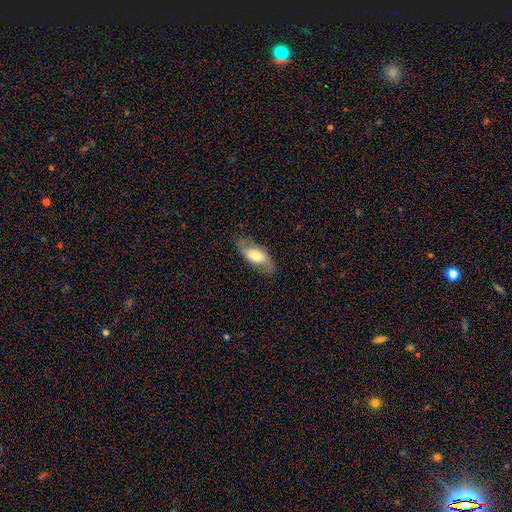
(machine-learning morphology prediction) Smooth or featured?
  - smooth: 54% *
  - featured or disk: 39%
  - star or artifact: 6%
How rounded?
  - in between: 86% *
  - cigar-shaped: 11%
  - round: 3%
Merging?
  - none: 75% *
  - minor disturbance: 18%
  - major disturbance: 6%
  - merger: 1%